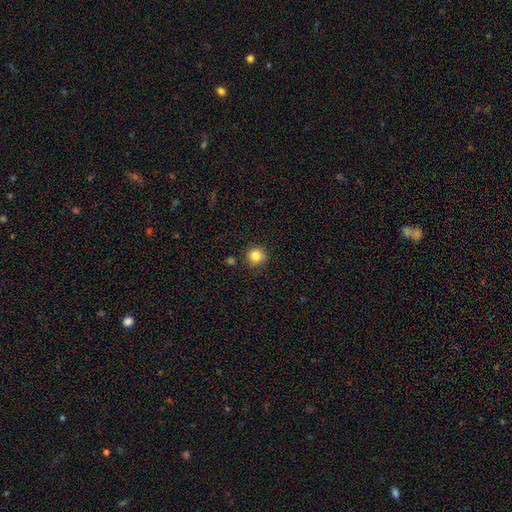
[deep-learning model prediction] Smooth or featured: smooth — 83% (star or artifact — 11%)
How rounded: round — 93% (in between — 6%)
Merging: none — 86% (minor disturbance — 9%)